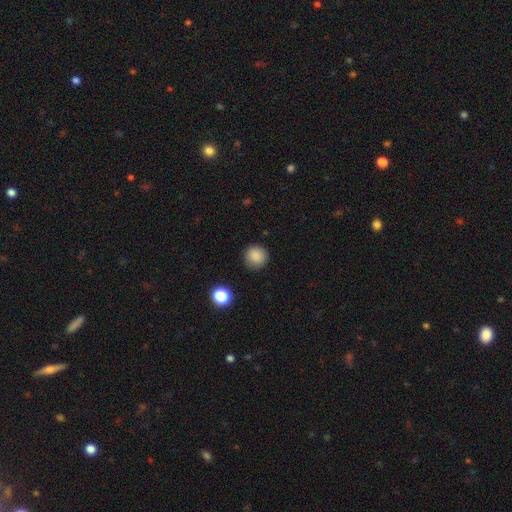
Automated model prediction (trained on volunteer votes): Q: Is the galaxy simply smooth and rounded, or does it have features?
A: smooth — 87%.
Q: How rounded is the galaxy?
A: round — 93%.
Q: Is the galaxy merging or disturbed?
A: none — 88%.